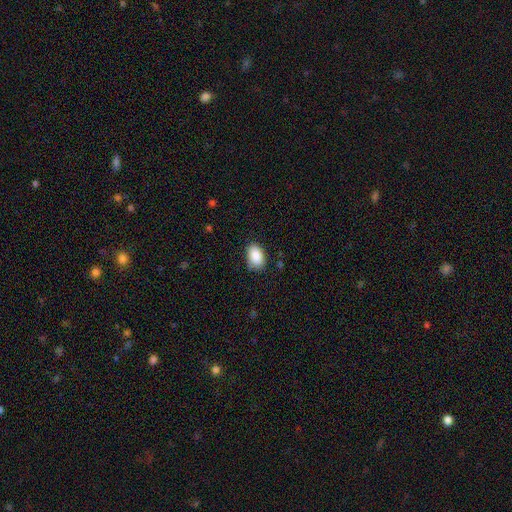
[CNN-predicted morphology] smooth-or-featured: smooth: 89% | star or artifact: 7% | featured or disk: 4%
  how-rounded: in between: 89% | round: 10% | cigar-shaped: 1%
  merging: none: 79% | minor disturbance: 17% | major disturbance: 3% | merger: 1%